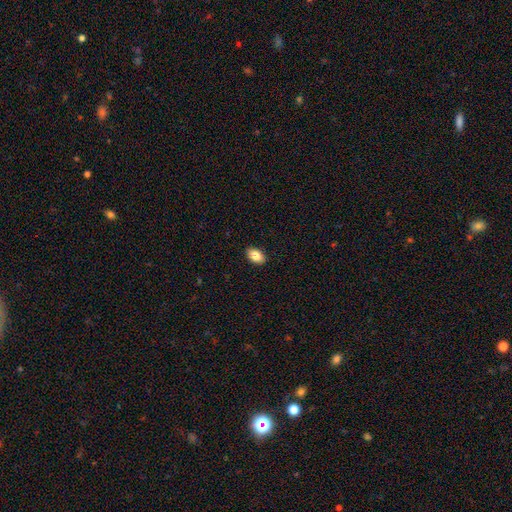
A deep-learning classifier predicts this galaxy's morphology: A smooth galaxy with no disk features (84%) that is in between round and cigar-shaped (90%). Merging: none (90%).